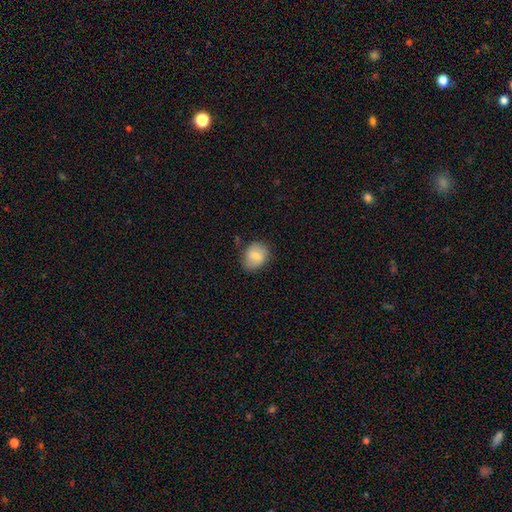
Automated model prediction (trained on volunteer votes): Smooth or featured? Predicted: smooth (p=0.76). How rounded? Predicted: round (p=0.50). Merging? Predicted: none (p=0.75).